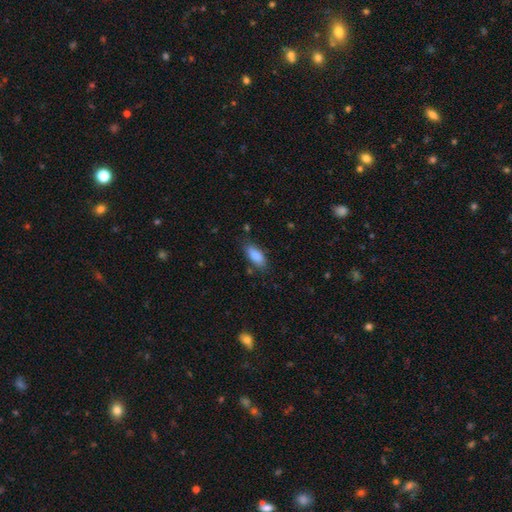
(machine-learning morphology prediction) This appears to be a smooth galaxy with no disk features (87%) that is in between round and cigar-shaped (83%). Merging: none (77%).